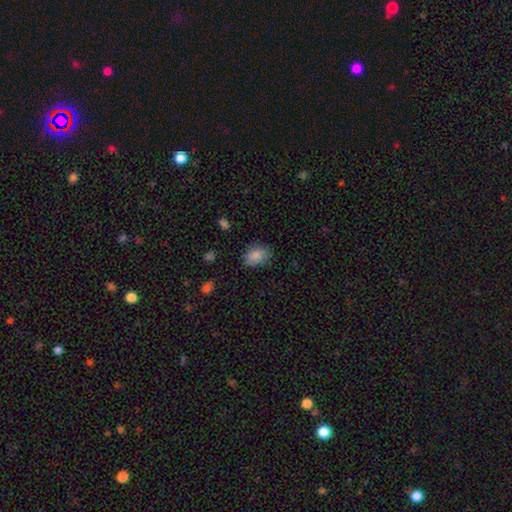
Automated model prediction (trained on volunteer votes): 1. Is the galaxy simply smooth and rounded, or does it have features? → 86% smooth, 8% star or artifact, 6% featured or disk.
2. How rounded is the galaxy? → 84% in between, 15% round, 1% cigar-shaped.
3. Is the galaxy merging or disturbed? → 80% none, 15% minor disturbance, 4% major disturbance, 1% merger.